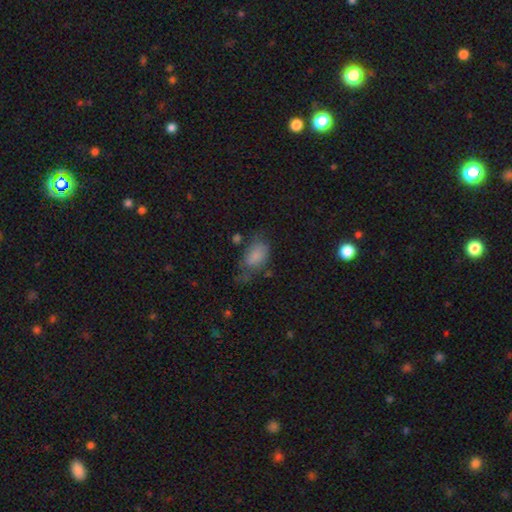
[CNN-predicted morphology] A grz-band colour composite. It shows a smooth galaxy with no disk features (77%) that is in between round and cigar-shaped (90%). Merging: none (37%).